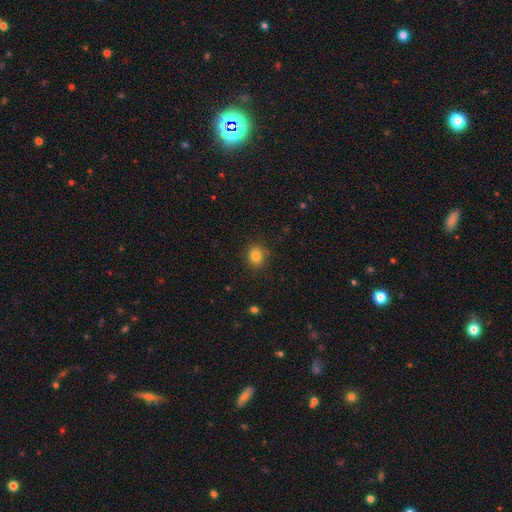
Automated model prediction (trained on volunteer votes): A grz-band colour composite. It shows a smooth galaxy with no disk features (82%) that is round (86%). Merging: none (87%).